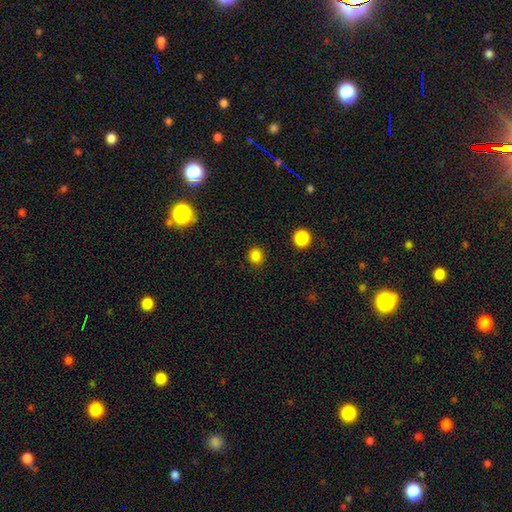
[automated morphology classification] Q: Smooth or featured?
A: smooth (84%); runner-up: star or artifact (13%)
Q: How rounded?
A: round (84%); runner-up: in between (15%)
Q: Merging?
A: none (90%); runner-up: minor disturbance (6%)